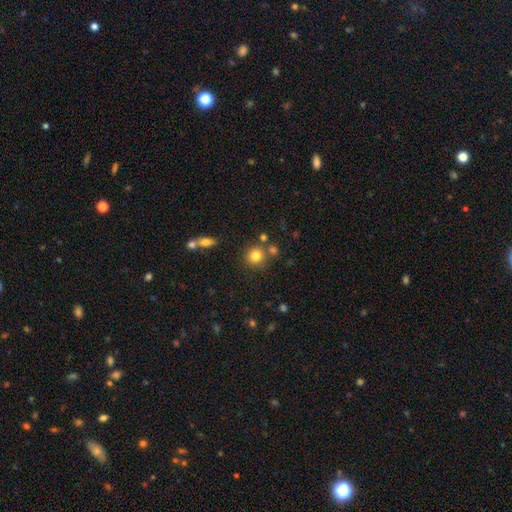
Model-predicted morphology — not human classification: type=smooth (80%); roundness=round (91%); merging=none (75%).